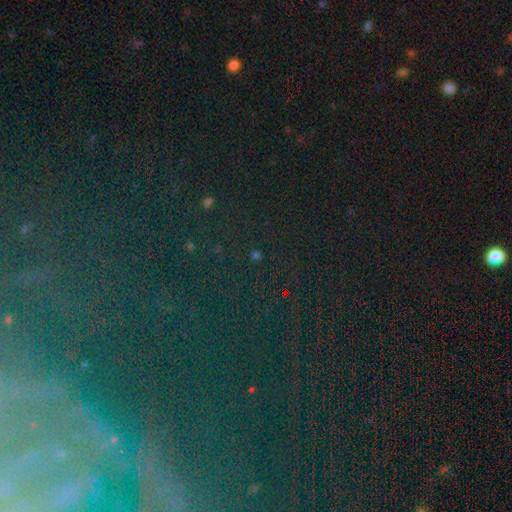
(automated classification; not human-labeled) Q: Smooth or featured?
A: star or artifact (74%); runner-up: smooth (18%)